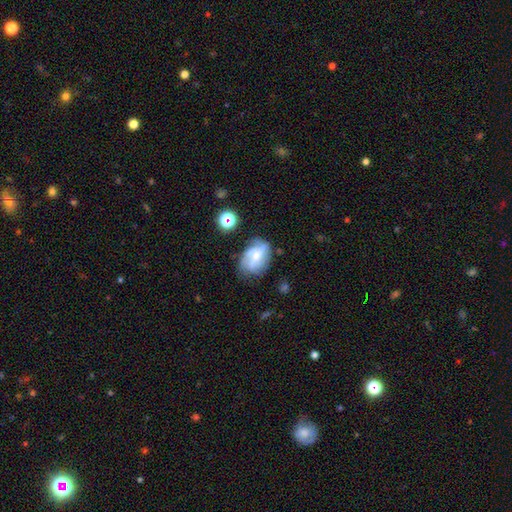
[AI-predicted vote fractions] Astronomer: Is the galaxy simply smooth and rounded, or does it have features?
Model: featured or disk — 57% (runner-up: smooth, 33%).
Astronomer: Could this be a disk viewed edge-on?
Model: no — 96%.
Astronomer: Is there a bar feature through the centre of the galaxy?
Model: no — 57% (runner-up: weak, 34%).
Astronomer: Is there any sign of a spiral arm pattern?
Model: yes — 79%.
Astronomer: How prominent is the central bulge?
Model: moderate — 39% (runner-up: small, 31%).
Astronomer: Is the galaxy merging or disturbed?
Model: none — 56%.